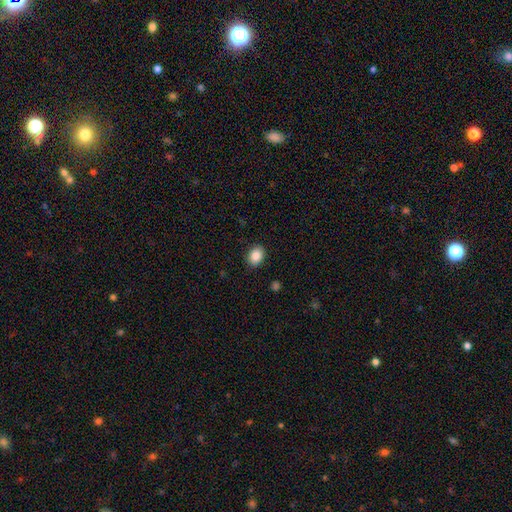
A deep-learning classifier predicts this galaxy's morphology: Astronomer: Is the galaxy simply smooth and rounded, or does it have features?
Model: smooth — 88%.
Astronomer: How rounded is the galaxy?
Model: in between — 63%.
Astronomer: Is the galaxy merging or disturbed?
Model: none — 88%.